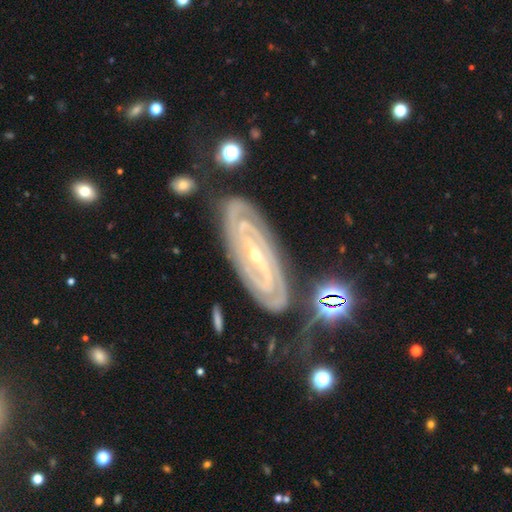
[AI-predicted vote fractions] A featured or disk galaxy (90%) with a strong bar (36%), 2 (42%) tight (78%) spiral arms (98%) and a small central bulge (75%).

Vote fractions:
- Smooth or featured? featured or disk: 90% / star or artifact: 6% / smooth: 5%
- Edge-on disk? no: 93% / yes: 7%
- Bar? strong: 36% / weak: 35% / no: 30%
- Spiral arms? yes: 98% / no: 2%
- Spiral winding? tight: 78% / medium: 18% / loose: 4%
- Spiral arm count? 2: 42% / can't tell: 20% / 3: 16% / 4: 10% / more than 4: 6% / 1: 5%
- Bulge size? small: 75% / moderate: 22% / none: 1% / large: 1% / dominant: 1%
- Merging? none: 74% / minor disturbance: 16% / major disturbance: 6% / merger: 4%